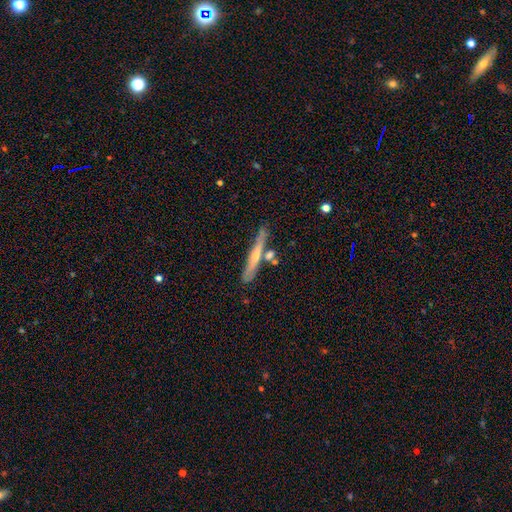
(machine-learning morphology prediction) The model was most divided on "smooth or featured": featured or disk: 54%, smooth: 39%, star or artifact: 7%. More confident: edge-on disk — yes (92%); merging — none (76%).